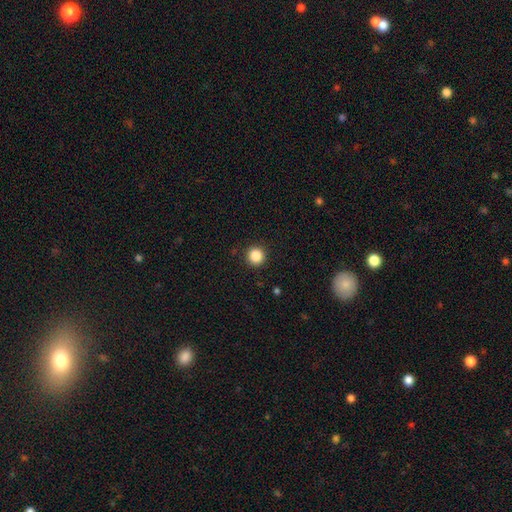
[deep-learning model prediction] Overall: smooth (87%). How rounded: round (95%). Merging: none (92%).